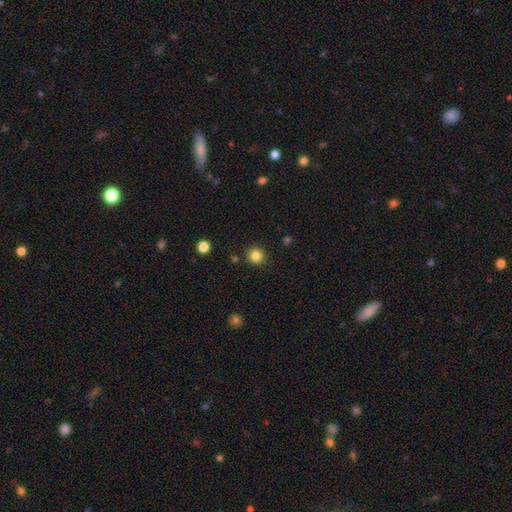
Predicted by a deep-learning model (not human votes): Smooth or featured? smooth (83%)
How rounded? round (93%)
Merging? none (90%)